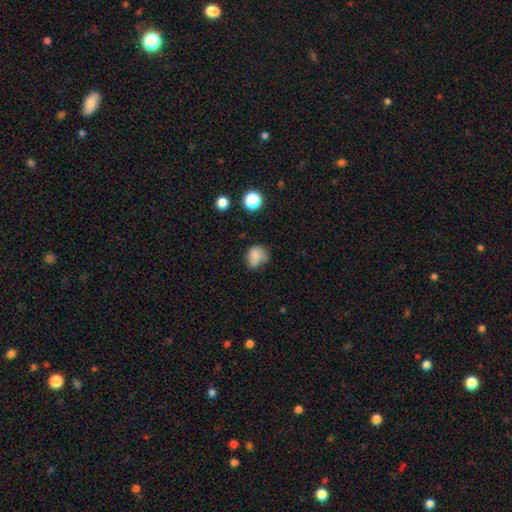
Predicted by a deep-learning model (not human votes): Morphology: type=smooth (76%); roundness=round (58%); merging=none (46%).